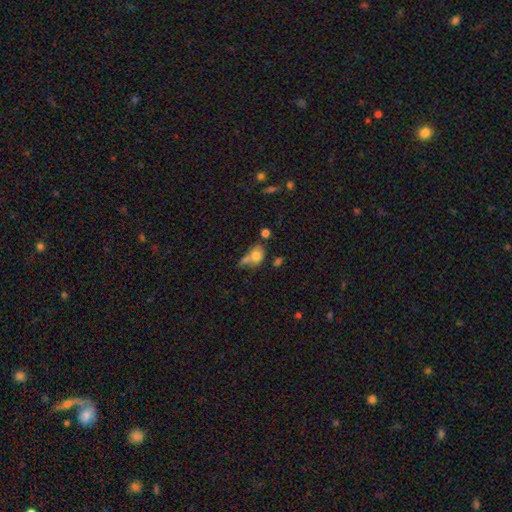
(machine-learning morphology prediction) Smooth or featured: smooth — 75% (featured or disk — 15%)
How rounded: in between — 59% (round — 39%)
Merging: merger — 34% (tied with none — 34%)